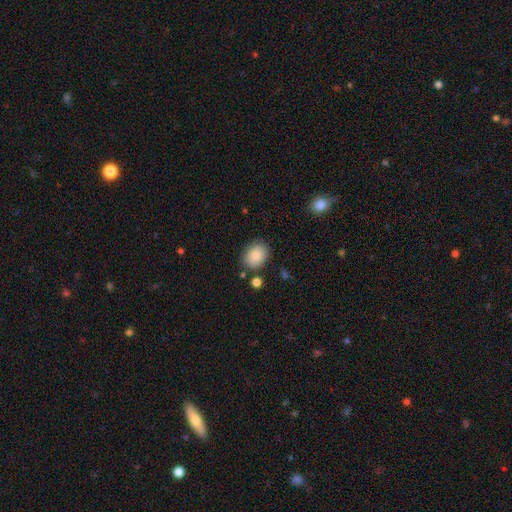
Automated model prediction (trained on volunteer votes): This appears to be a smooth galaxy with no disk features (83%) that is in between round and cigar-shaped (61%). Merging: none (81%).